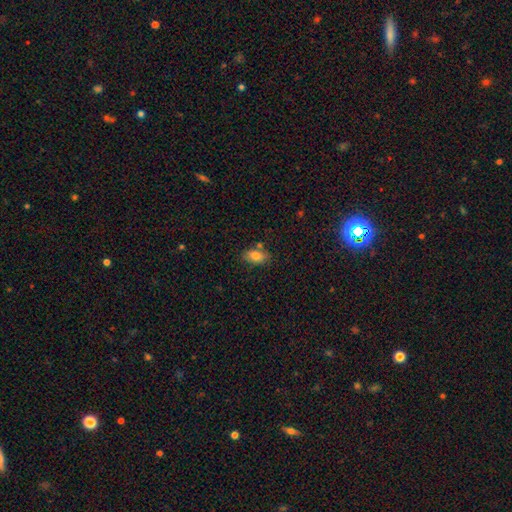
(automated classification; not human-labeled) A smooth galaxy with no disk features (81%) that is in between round and cigar-shaped (88%).

Vote fractions:
- Smooth or featured? smooth: 81% / featured or disk: 11% / star or artifact: 9%
- How rounded? in between: 88% / round: 9% / cigar-shaped: 3%
- Merging? none: 74% / minor disturbance: 15% / merger: 8% / major disturbance: 3%